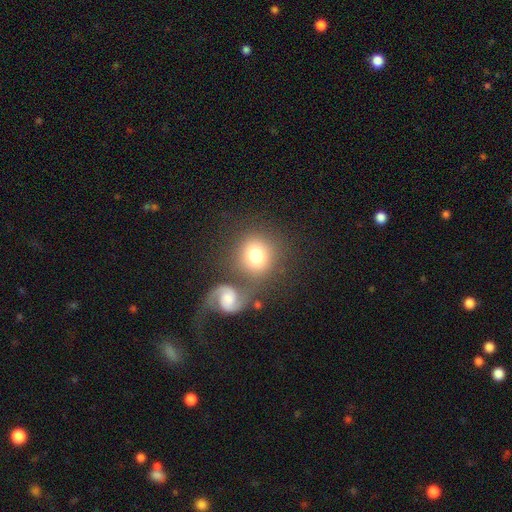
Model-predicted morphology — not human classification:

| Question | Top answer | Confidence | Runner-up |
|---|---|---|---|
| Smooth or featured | smooth | 72% | featured or disk (21%) |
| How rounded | round | 84% | in between (15%) |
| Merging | none | 61% | merger (23%) |